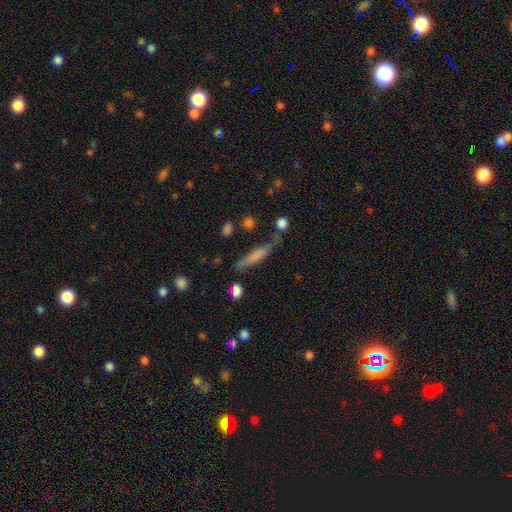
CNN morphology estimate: smooth-or-featured: smooth: 64% | featured or disk: 28% | star or artifact: 8%
  how-rounded: cigar-shaped: 86% | in between: 12% | round: 2%
  merging: none: 63% | minor disturbance: 22% | major disturbance: 8% | merger: 7%